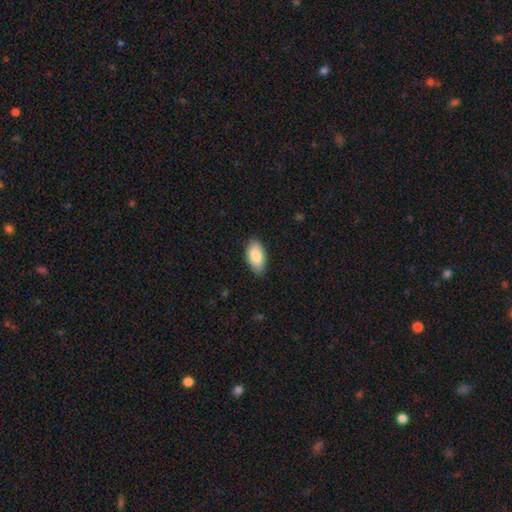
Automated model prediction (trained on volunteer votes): Smooth or featured? smooth (85%)
How rounded? in between (94%)
Merging? none (87%)